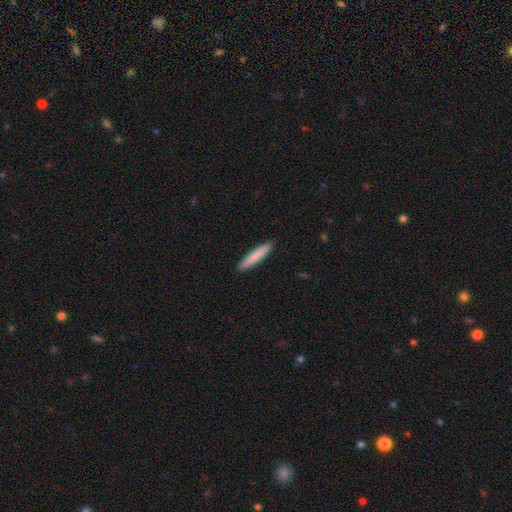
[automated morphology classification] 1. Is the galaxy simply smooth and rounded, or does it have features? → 82% smooth, 12% featured or disk, 5% star or artifact.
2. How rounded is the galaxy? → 93% cigar-shaped, 6% in between, 1% round.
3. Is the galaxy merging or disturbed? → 92% none, 6% minor disturbance, 1% major disturbance, 1% merger.